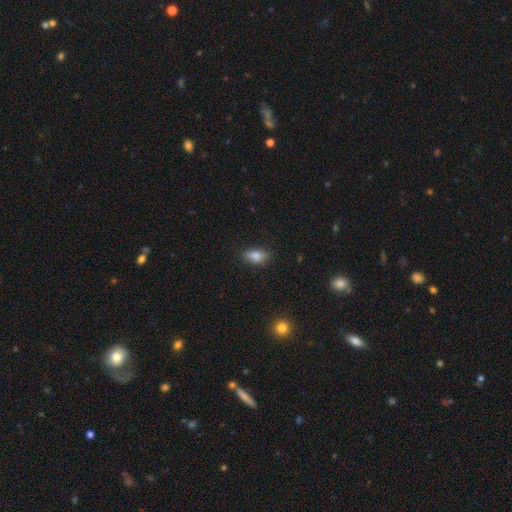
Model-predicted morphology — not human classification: smooth_or_featured: smooth (p=0.82) [alt: featured or disk p=0.09]
how_rounded: in between (p=0.87) [alt: round p=0.07]
merging: none (p=0.82) [alt: minor disturbance p=0.14]